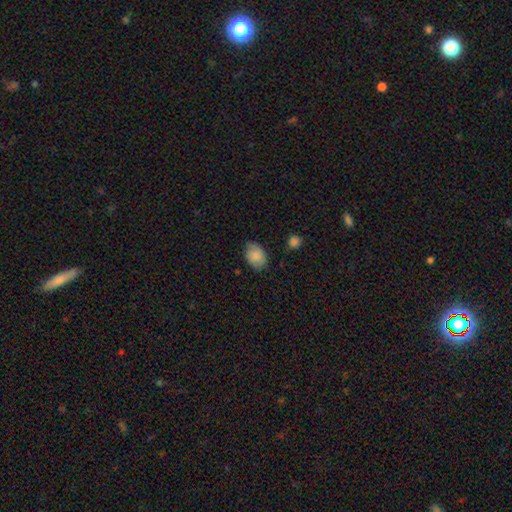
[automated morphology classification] This appears to be a smooth galaxy with no disk features (82%) that is in between round and cigar-shaped (78%). Merging: none (70%).